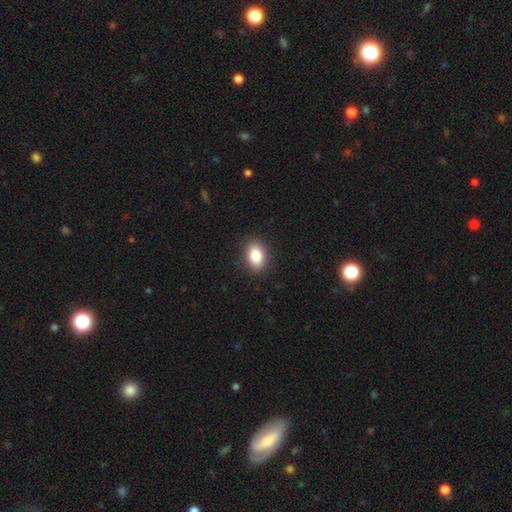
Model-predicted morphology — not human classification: Smooth or featured? smooth (84%)
How rounded? in between (80%)
Merging? none (89%)